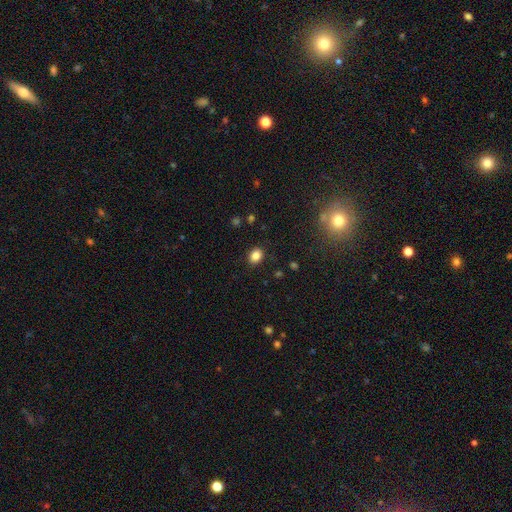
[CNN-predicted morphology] Q: Smooth or featured?
A: smooth (85%); runner-up: star or artifact (11%)
Q: How rounded?
A: in between (56%); runner-up: round (43%)
Q: Merging?
A: none (88%); runner-up: minor disturbance (8%)